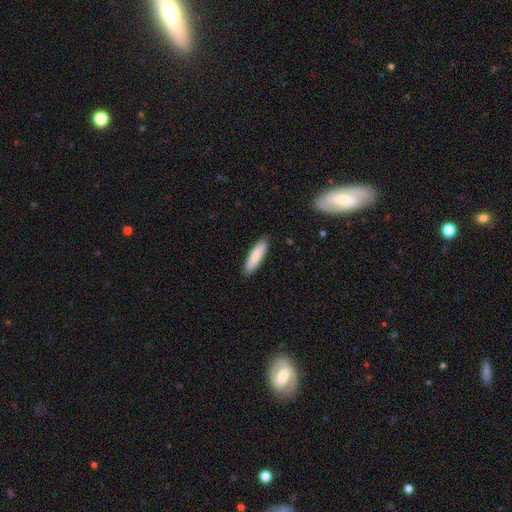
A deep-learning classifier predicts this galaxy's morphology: Smooth or featured? Predicted: smooth (p=0.83). How rounded? Predicted: cigar-shaped (p=0.64). Merging? Predicted: none (p=0.87).